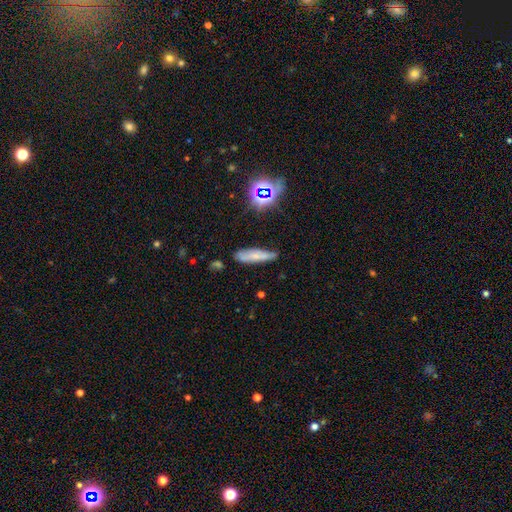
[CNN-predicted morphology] This appears to be a smooth galaxy with no disk features (56%) that is cigar-shaped (67%). Merging: none (65%).